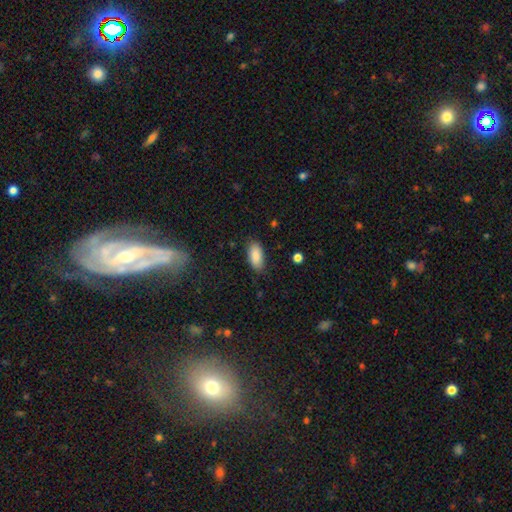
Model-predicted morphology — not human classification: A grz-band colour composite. It shows a smooth galaxy with no disk features (88%) that is in between round and cigar-shaped (90%). Merging: none (84%).